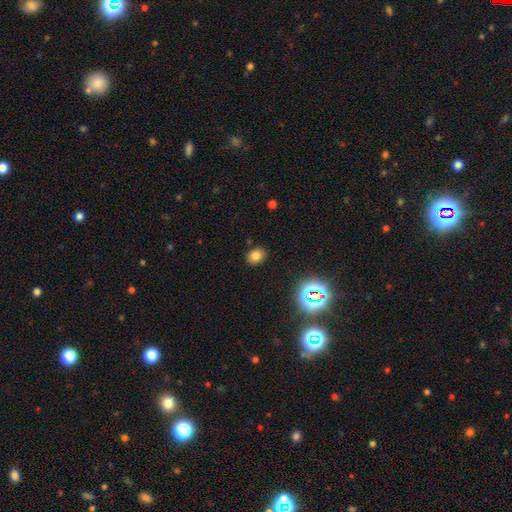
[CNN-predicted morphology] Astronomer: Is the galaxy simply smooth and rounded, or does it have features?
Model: smooth — 76%.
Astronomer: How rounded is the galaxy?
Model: in between — 57% (runner-up: round, 42%).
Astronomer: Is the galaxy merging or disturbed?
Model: none — 87%.